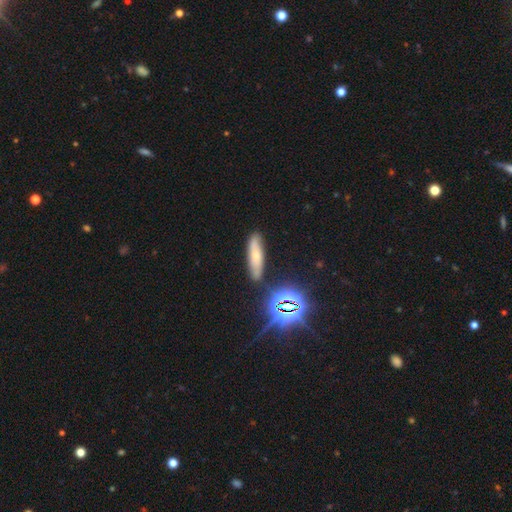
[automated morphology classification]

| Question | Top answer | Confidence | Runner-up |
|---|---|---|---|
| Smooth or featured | smooth | 54% | featured or disk (29%) |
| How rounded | cigar-shaped | 66% | in between (30%) |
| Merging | none | 79% | minor disturbance (14%) |